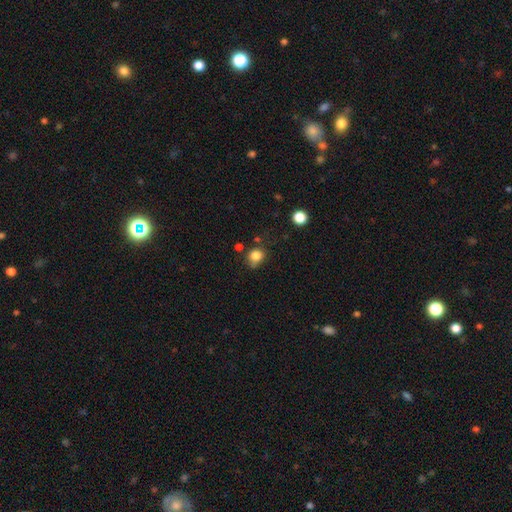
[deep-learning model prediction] This is clearly a smooth galaxy (82%). How rounded: likely round (67%). Merging: possibly none (58%).